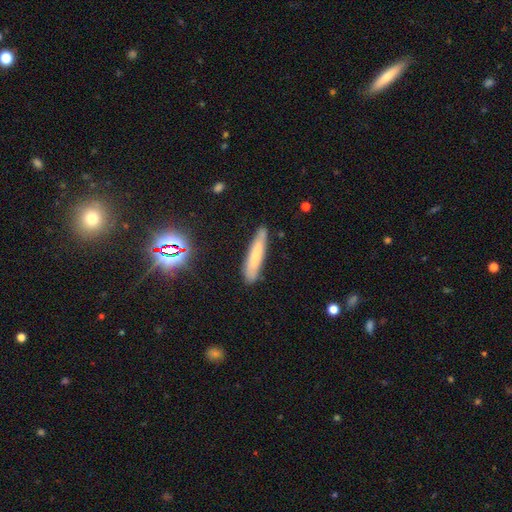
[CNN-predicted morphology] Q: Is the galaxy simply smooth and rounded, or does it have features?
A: smooth — 59%.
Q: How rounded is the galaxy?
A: cigar-shaped — 87%.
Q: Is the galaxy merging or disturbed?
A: none — 81%.